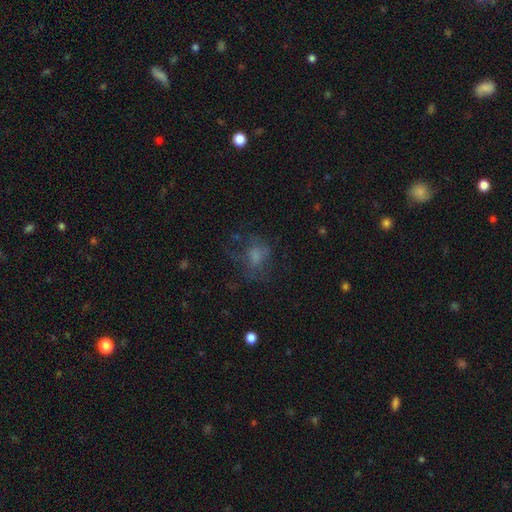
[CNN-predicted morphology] Smooth or featured? smooth (52%)
How rounded? in between (49%, tied with round)
Merging? none (43%)